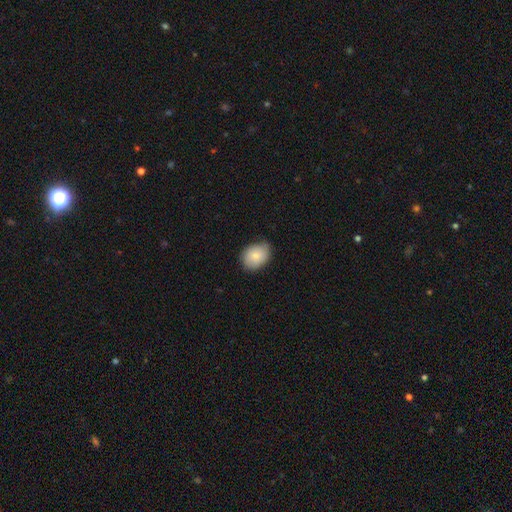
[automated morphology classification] Smooth or featured? smooth (84%)
How rounded? in between (62%)
Merging? none (72%)